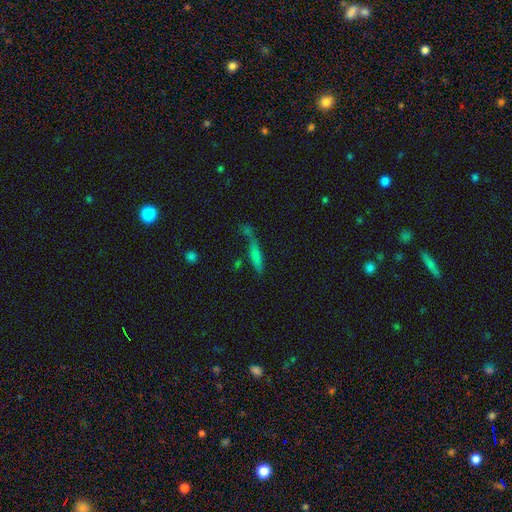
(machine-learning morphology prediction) smooth-or-featured: smooth: 65% | featured or disk: 21% | star or artifact: 14%
  how-rounded: cigar-shaped: 81% | in between: 15% | round: 4%
  merging: none: 49% | merger: 23% | minor disturbance: 18% | major disturbance: 10%